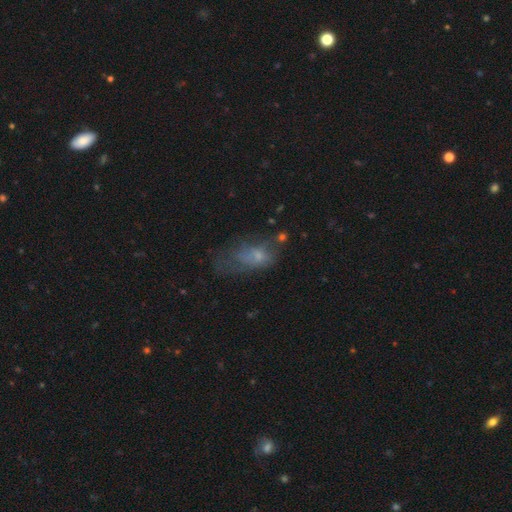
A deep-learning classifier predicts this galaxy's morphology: This appears to be a smooth galaxy with no disk features (54%) that is in between round and cigar-shaped (83%). Merging: major disturbance (37%).